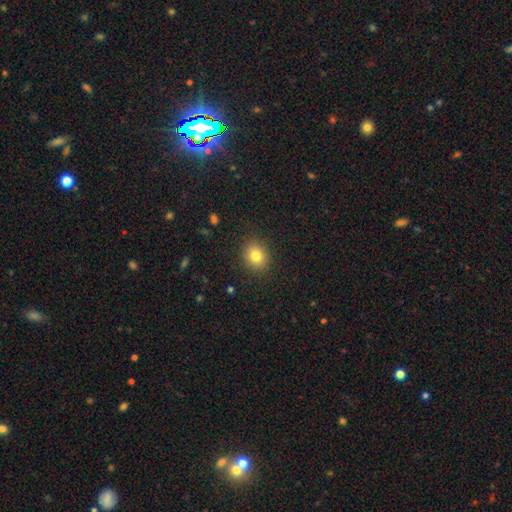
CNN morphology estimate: Q: Smooth or featured?
A: smooth (80%); runner-up: star or artifact (12%)
Q: How rounded?
A: round (68%); runner-up: in between (31%)
Q: Merging?
A: none (89%); runner-up: minor disturbance (8%)